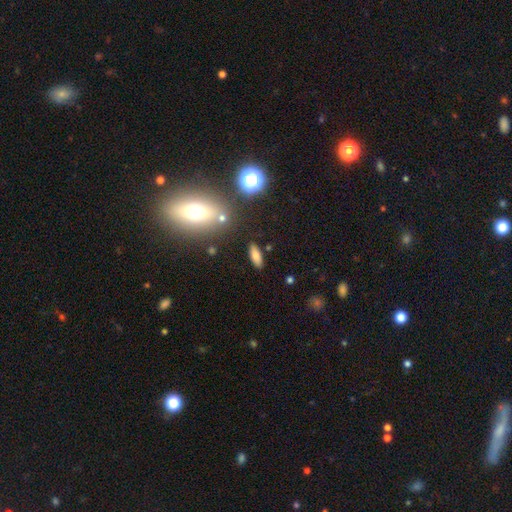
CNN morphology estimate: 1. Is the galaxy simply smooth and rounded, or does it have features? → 77% smooth, 12% star or artifact, 11% featured or disk.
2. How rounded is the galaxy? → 71% in between, 25% cigar-shaped, 4% round.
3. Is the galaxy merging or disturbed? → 86% none, 9% minor disturbance, 3% merger, 3% major disturbance.